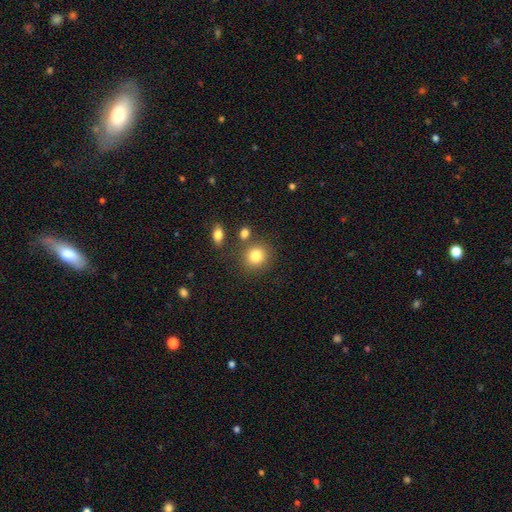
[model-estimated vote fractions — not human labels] Smooth or featured: smooth — 83% (star or artifact — 10%)
How rounded: round — 84% (in between — 15%)
Merging: none — 78% (minor disturbance — 10%)